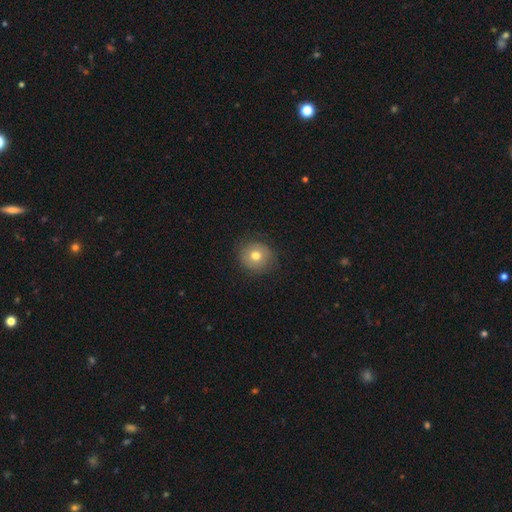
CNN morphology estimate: The model was most divided on "smooth or featured": smooth: 72%, featured or disk: 17%, star or artifact: 11%. More confident: how rounded — round (88%); merging — none (83%).